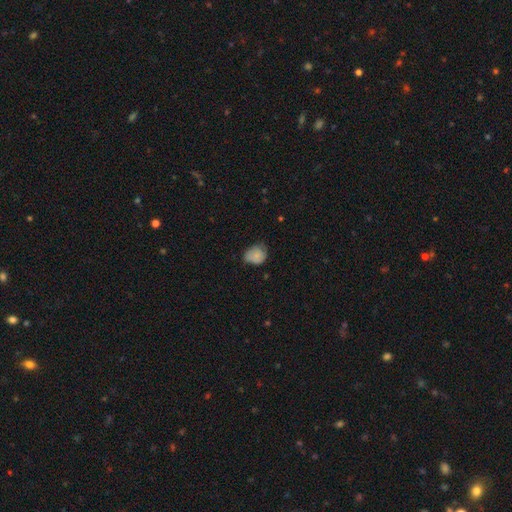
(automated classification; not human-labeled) Smooth or featured: smooth — 77% (featured or disk — 14%)
How rounded: round — 54% (in between — 45%)
Merging: none — 45% (minor disturbance — 42%)